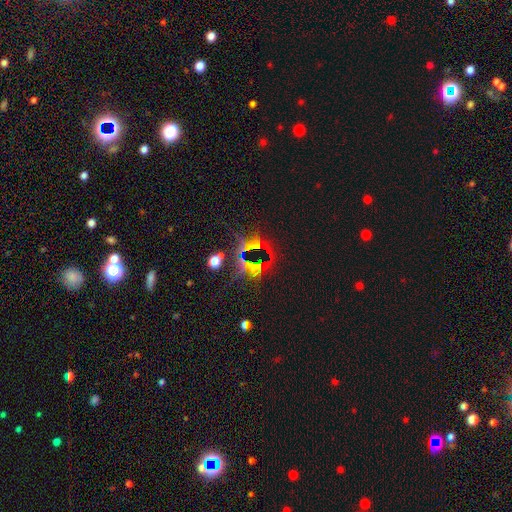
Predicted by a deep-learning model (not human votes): smooth-or-featured: star or artifact: 72% | smooth: 16% | featured or disk: 12%